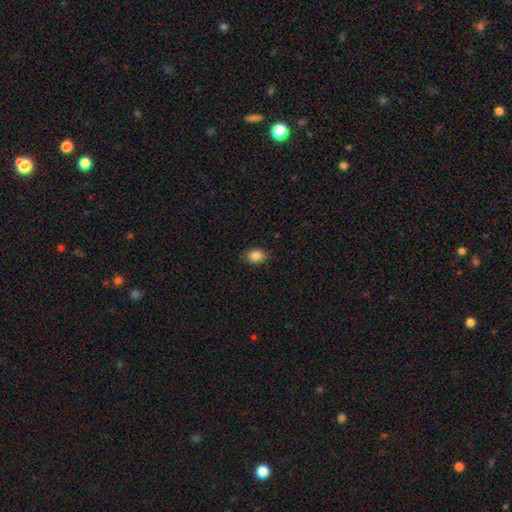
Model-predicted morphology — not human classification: This appears to be a smooth galaxy with no disk features (87%) that is in between round and cigar-shaped (78%). Merging: none (87%).